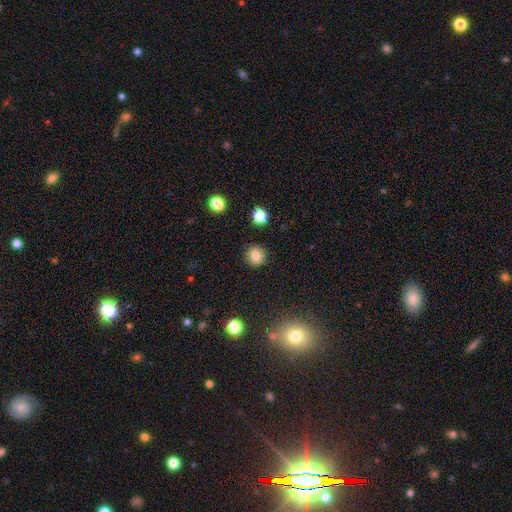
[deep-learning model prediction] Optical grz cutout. It shows a smooth galaxy with no disk features (81%) that is round (91%). Merging: none (90%).